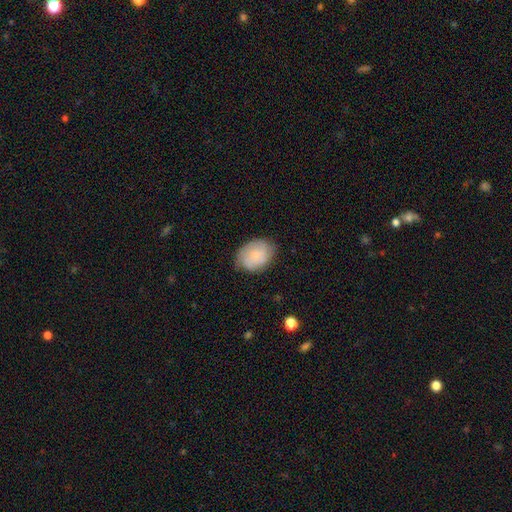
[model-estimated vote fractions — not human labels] A smooth galaxy with no disk features (73%) that is in between round and cigar-shaped (71%). Merging: none (72%).